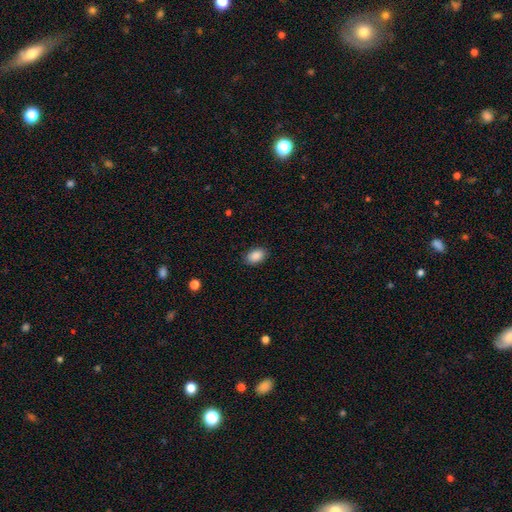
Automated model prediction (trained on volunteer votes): smooth-or-featured: smooth: 89% | star or artifact: 7% | featured or disk: 3%
  how-rounded: in between: 89% | round: 10% | cigar-shaped: 1%
  merging: none: 88% | minor disturbance: 9% | major disturbance: 2% | merger: 1%